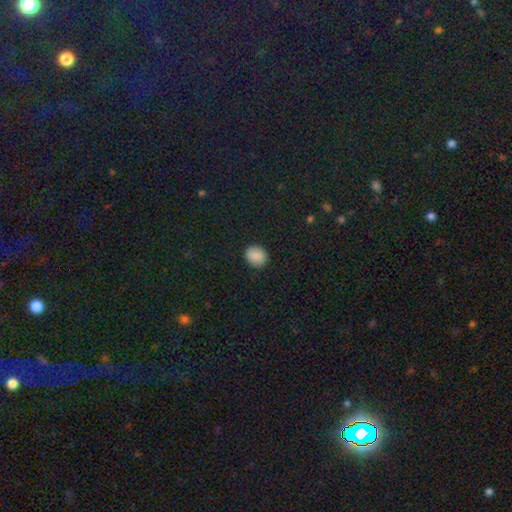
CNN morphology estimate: Smooth or featured: smooth — 88% (star or artifact — 8%)
How rounded: round — 70% (in between — 29%)
Merging: none — 89% (minor disturbance — 8%)